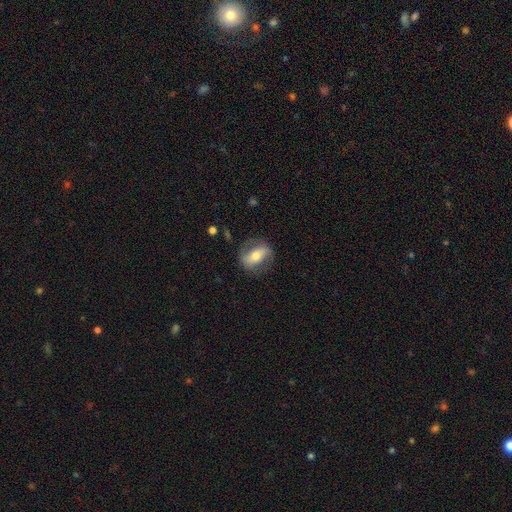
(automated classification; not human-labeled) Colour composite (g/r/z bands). It shows a featured or disk galaxy (47%). Merging: none (75%).